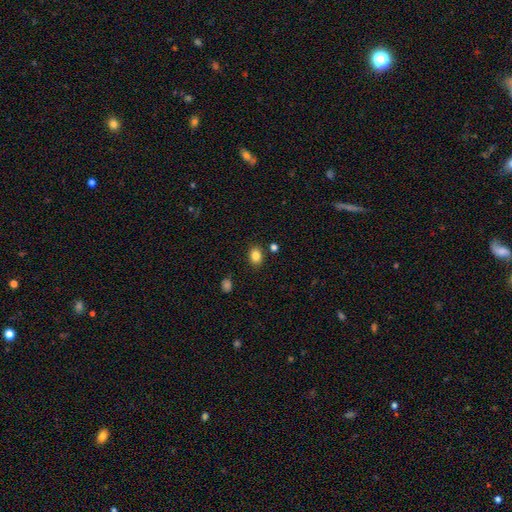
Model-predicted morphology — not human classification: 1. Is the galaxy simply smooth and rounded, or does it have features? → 84% smooth, 10% star or artifact, 6% featured or disk.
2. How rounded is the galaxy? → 62% in between, 37% round, 1% cigar-shaped.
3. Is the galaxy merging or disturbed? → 84% none, 9% minor disturbance, 4% merger, 3% major disturbance.